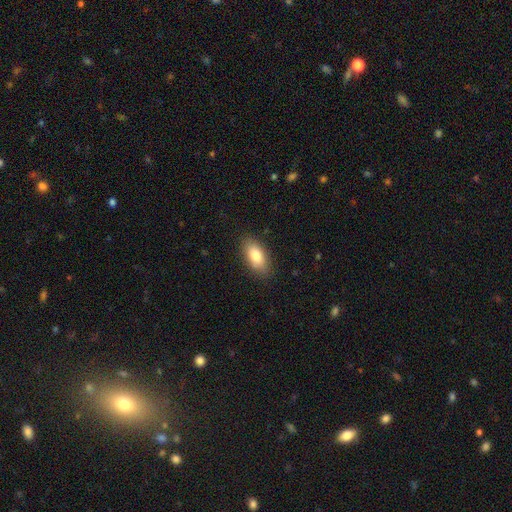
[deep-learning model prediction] Q: Smooth or featured?
A: smooth (82%); runner-up: featured or disk (12%)
Q: How rounded?
A: in between (89%); runner-up: cigar-shaped (7%)
Q: Merging?
A: none (86%); runner-up: minor disturbance (11%)